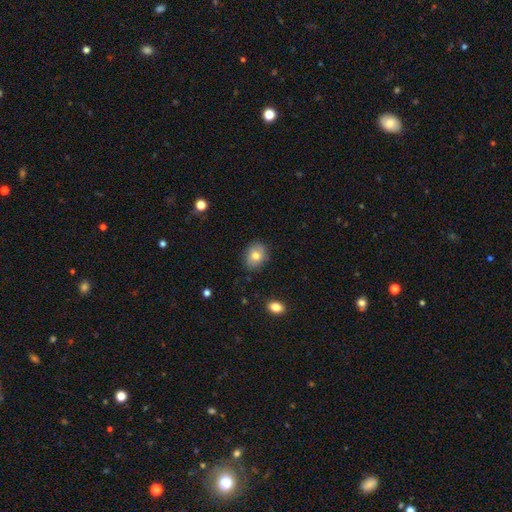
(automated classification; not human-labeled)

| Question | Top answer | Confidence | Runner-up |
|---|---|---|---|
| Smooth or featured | smooth | 76% | featured or disk (15%) |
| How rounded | in between | 55% | round (44%) |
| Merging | none | 83% | minor disturbance (13%) |